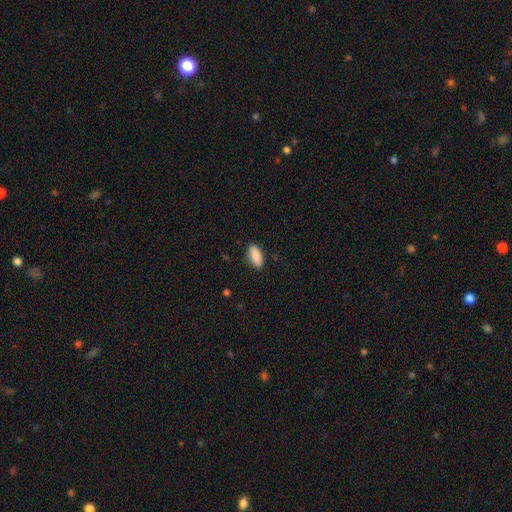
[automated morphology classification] smooth-or-featured: smooth: 88% | star or artifact: 6% | featured or disk: 6%
  how-rounded: in between: 84% | cigar-shaped: 14% | round: 2%
  merging: none: 87% | minor disturbance: 10% | major disturbance: 2% | merger: 1%